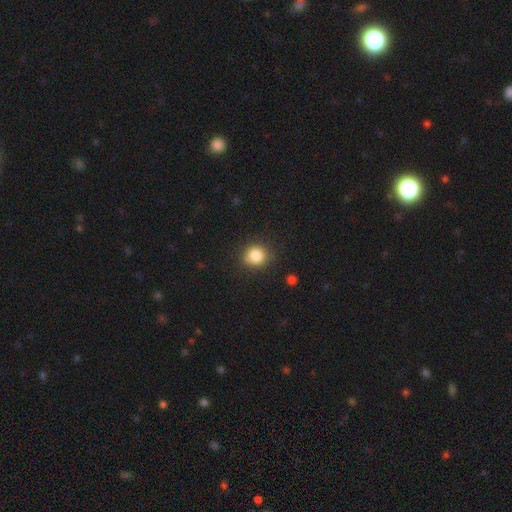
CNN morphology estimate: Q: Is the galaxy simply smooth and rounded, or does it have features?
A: smooth — 83%.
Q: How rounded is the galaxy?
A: round — 86%.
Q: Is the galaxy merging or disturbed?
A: none — 80%.